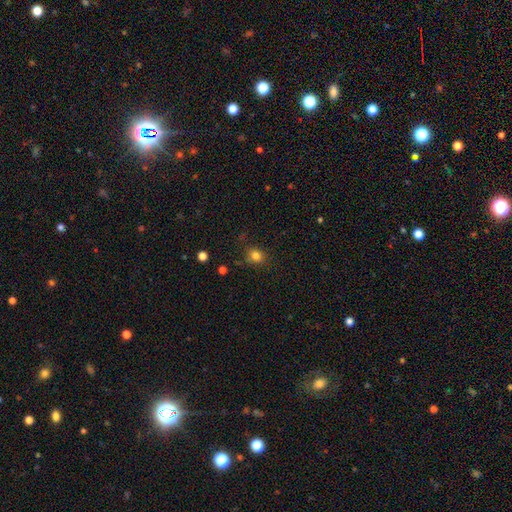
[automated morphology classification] type=smooth (80%); roundness=round (69%); merging=none (77%).